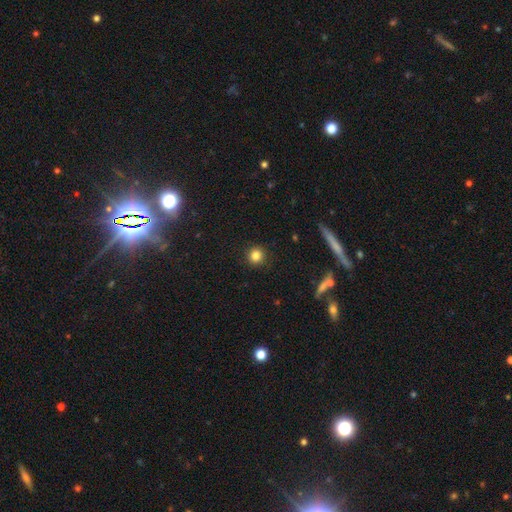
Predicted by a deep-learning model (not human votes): This appears to be a smooth galaxy with no disk features (83%) that is round (94%). Merging: none (91%).